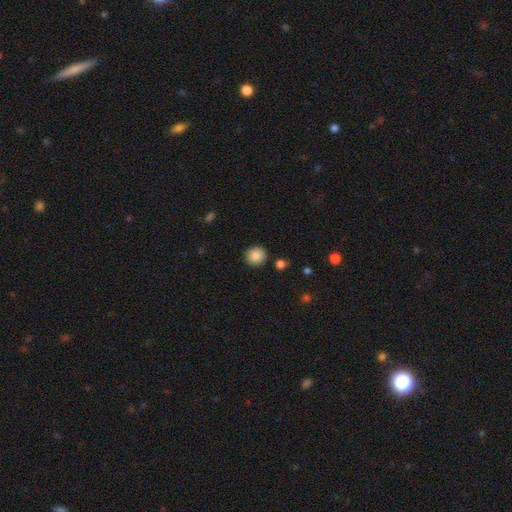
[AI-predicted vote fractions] The model was most divided on "how rounded": round: 89%, in between: 10%, cigar-shaped: 1%. More confident: merging — none (90%); smooth or featured — smooth (87%).